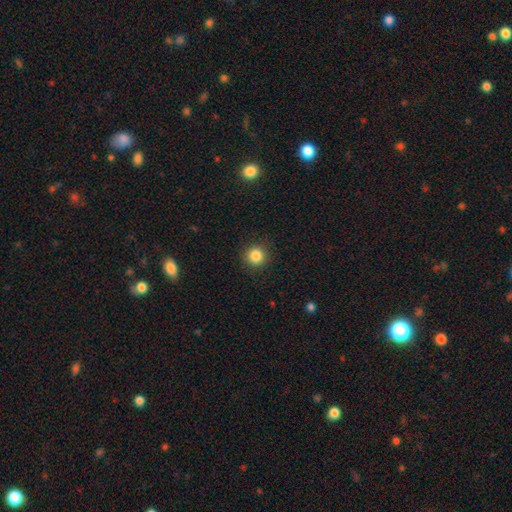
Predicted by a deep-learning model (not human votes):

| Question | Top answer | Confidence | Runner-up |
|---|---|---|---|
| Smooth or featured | smooth | 85% | star or artifact (11%) |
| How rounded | round | 93% | in between (6%) |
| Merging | none | 91% | minor disturbance (6%) |